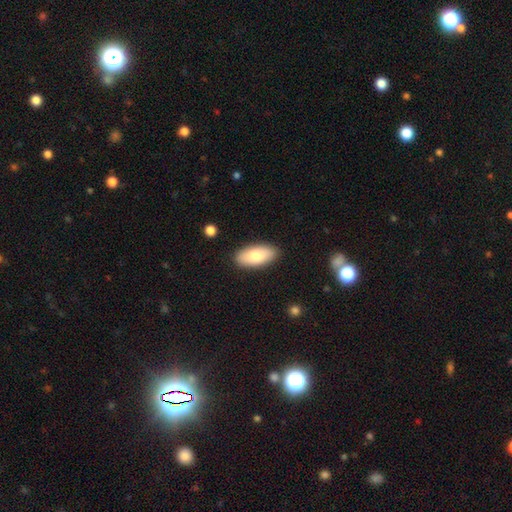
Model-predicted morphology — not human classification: Smooth or featured?
  - smooth: 81% *
  - featured or disk: 13%
  - star or artifact: 6%
How rounded?
  - in between: 91% *
  - cigar-shaped: 7%
  - round: 2%
Merging?
  - none: 88% *
  - minor disturbance: 9%
  - major disturbance: 2%
  - merger: 1%